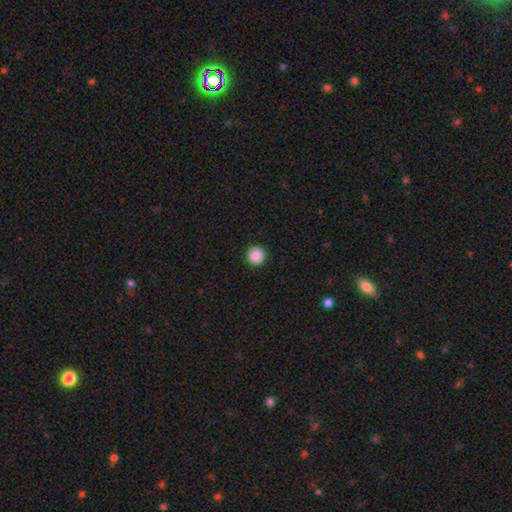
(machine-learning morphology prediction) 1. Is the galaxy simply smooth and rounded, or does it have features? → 88% smooth, 9% star or artifact, 2% featured or disk.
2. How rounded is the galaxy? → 96% round, 4% in between, 1% cigar-shaped.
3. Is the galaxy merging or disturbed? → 93% none, 5% minor disturbance, 2% major disturbance, 1% merger.